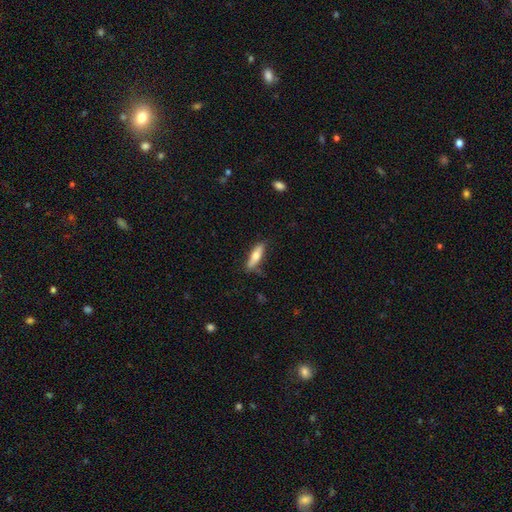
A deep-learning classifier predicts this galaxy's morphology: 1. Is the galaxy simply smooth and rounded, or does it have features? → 63% smooth, 32% featured or disk, 6% star or artifact.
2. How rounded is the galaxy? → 66% cigar-shaped, 33% in between, 2% round.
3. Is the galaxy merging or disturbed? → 76% none, 18% minor disturbance, 4% major disturbance, 2% merger.